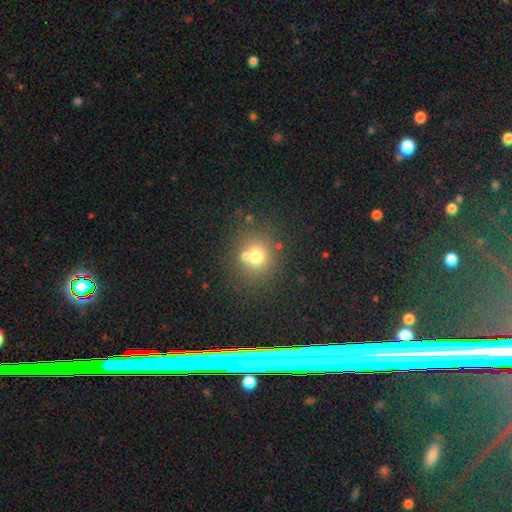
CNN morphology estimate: This is likely a smooth galaxy (70%). How rounded: clearly round (87%). Merging: likely none (66%).